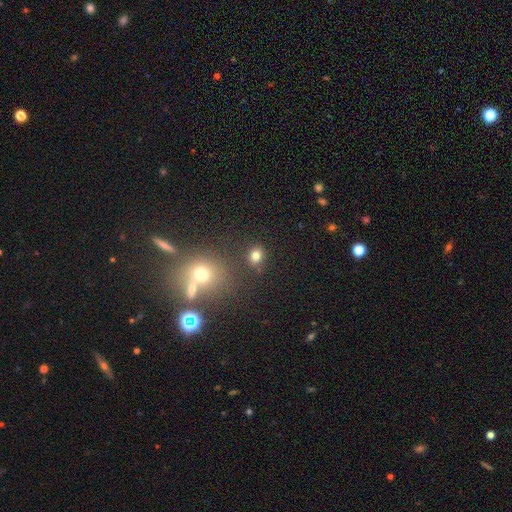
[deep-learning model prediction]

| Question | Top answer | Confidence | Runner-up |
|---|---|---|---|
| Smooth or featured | smooth | 77% | star or artifact (16%) |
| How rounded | round | 70% | in between (29%) |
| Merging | none | 81% | minor disturbance (9%) |